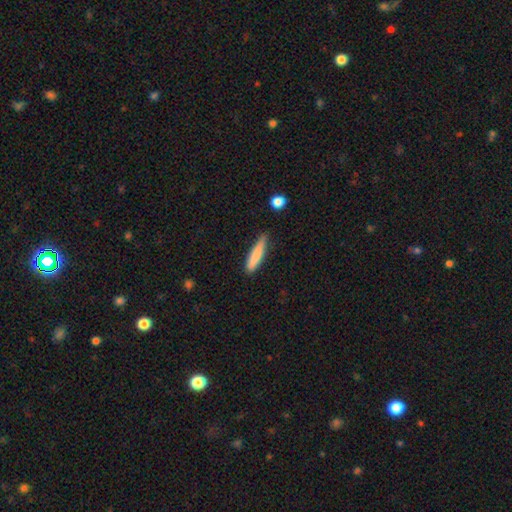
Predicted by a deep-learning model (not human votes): Morphology: type=smooth (81%); roundness=cigar-shaped (86%); merging=none (67%).